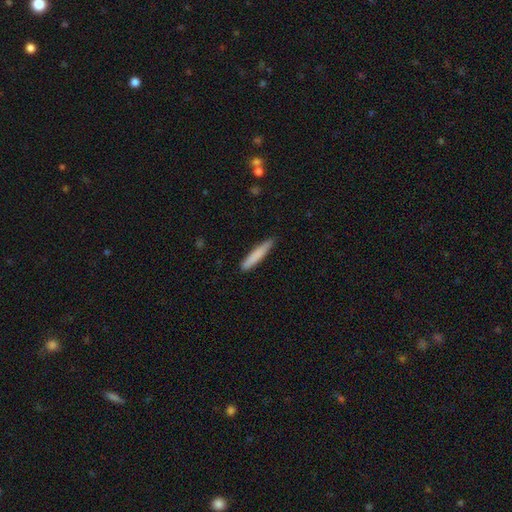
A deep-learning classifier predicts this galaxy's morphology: smooth_or_featured: smooth (p=0.79) [alt: featured or disk p=0.15]
how_rounded: cigar-shaped (p=0.93) [alt: in between p=0.05]
merging: none (p=0.86) [alt: minor disturbance p=0.11]